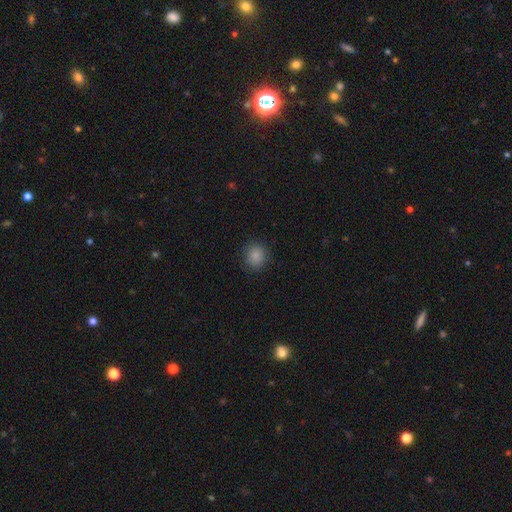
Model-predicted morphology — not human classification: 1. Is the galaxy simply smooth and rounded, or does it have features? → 87% smooth, 10% star or artifact, 3% featured or disk.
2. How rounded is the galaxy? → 81% round, 18% in between, 1% cigar-shaped.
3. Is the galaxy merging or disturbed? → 87% none, 9% minor disturbance, 3% major disturbance, 1% merger.